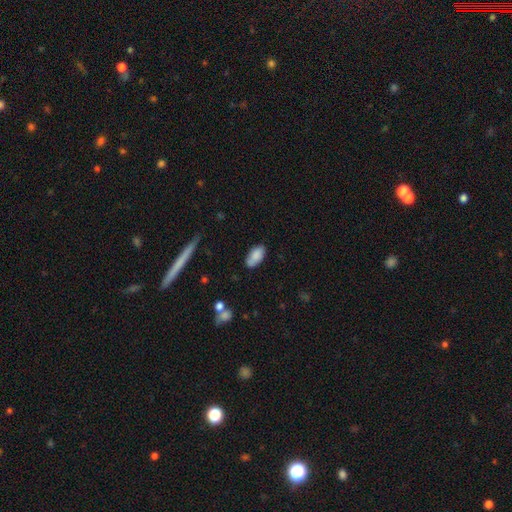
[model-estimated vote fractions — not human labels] This is clearly a smooth galaxy (83%). How rounded: clearly in between (93%). Merging: likely none (71%).